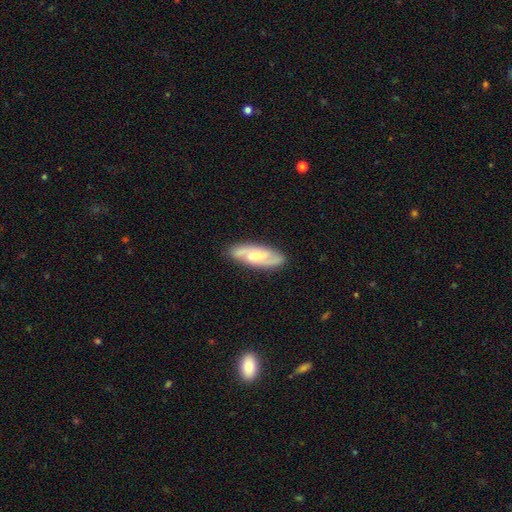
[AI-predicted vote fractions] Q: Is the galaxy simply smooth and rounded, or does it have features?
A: featured or disk — 67%.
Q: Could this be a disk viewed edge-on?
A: no — 86%.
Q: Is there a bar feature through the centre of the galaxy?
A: weak — 49%.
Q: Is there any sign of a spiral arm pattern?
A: yes — 90%.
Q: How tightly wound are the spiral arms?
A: medium — 48%.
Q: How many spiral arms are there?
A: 2 — 78%.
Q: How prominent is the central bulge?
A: moderate — 51%.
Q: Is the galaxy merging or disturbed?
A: none — 85%.